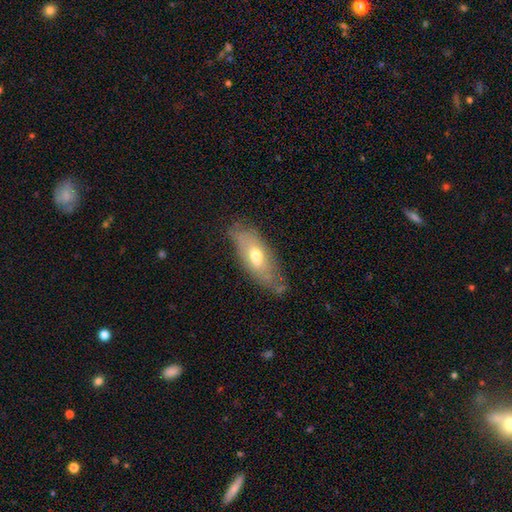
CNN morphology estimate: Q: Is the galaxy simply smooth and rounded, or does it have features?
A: smooth — 51%.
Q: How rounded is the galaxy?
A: in between — 72%.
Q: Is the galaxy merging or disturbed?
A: none — 61%.